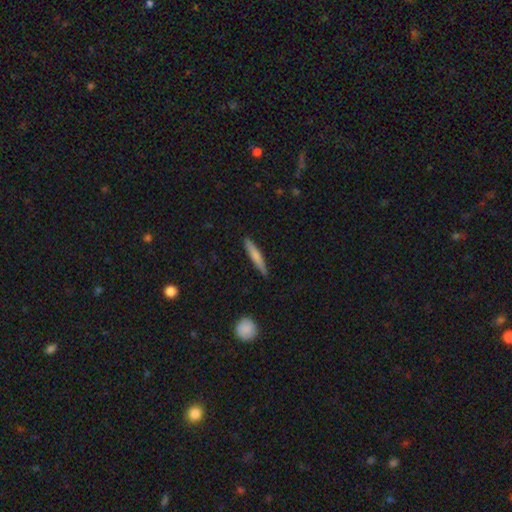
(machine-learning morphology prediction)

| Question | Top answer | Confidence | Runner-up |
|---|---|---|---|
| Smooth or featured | smooth | 69% | featured or disk (25%) |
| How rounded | cigar-shaped | 93% | in between (5%) |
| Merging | none | 87% | minor disturbance (10%) |